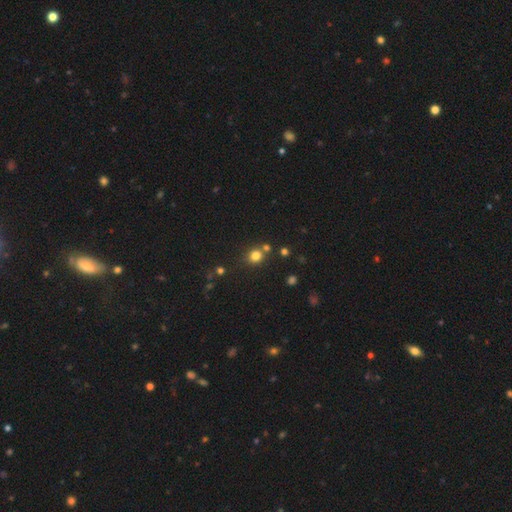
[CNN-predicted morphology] type=smooth (78%); roundness=round (81%); merging=none (69%).